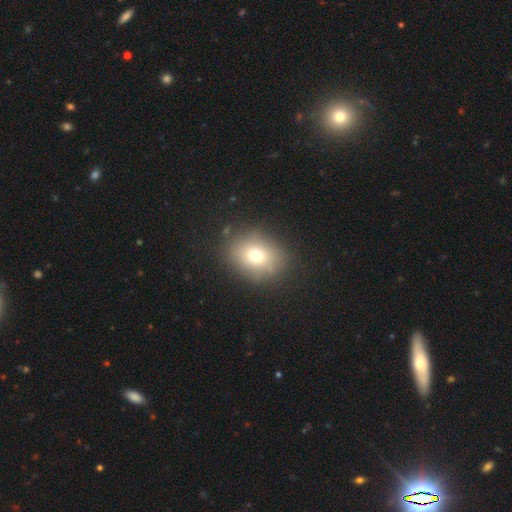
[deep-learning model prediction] smooth_or_featured: smooth (p=0.71) [alt: featured or disk p=0.15]
how_rounded: round (p=0.52) [alt: in between p=0.47]
merging: none (p=0.81) [alt: minor disturbance p=0.12]